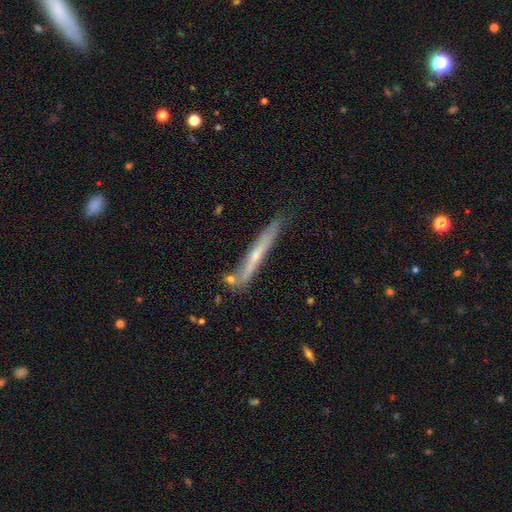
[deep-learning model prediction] This is likely a featured or disk galaxy (63%). It is clearly viewed edge-on (93%). Edge-on bulge: possibly rounded (53%). Merging: likely none (75%).